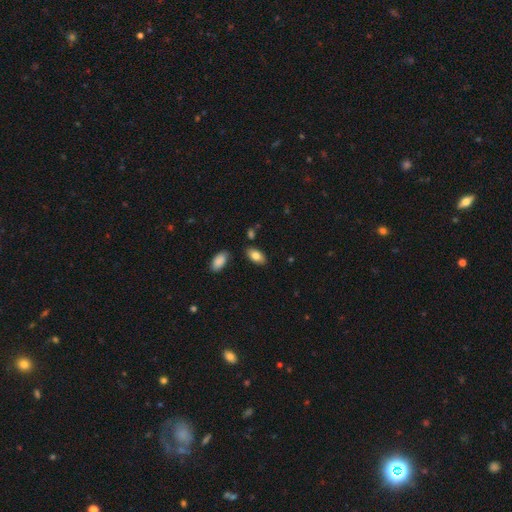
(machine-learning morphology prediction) This is clearly a smooth galaxy (81%). How rounded: clearly in between (93%). Merging: clearly none (81%).